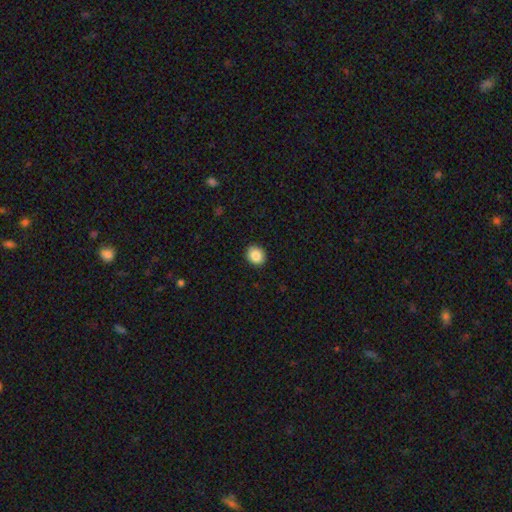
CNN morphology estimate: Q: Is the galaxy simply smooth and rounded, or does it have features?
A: smooth — 87%.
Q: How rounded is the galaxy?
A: round — 66%.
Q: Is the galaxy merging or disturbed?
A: none — 92%.